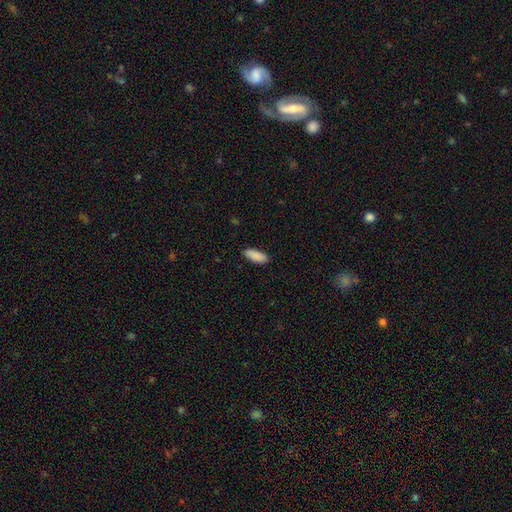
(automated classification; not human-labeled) The model was most divided on "how rounded": in between: 80%, cigar-shaped: 18%, round: 2%. More confident: smooth or featured — smooth (90%); merging — none (87%).